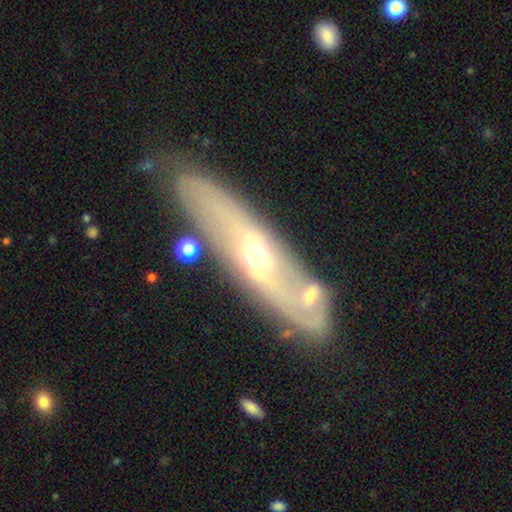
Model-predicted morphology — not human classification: Smooth or featured? featured or disk (70%)
Edge-on disk? no (67%)
Merging? none (64%)